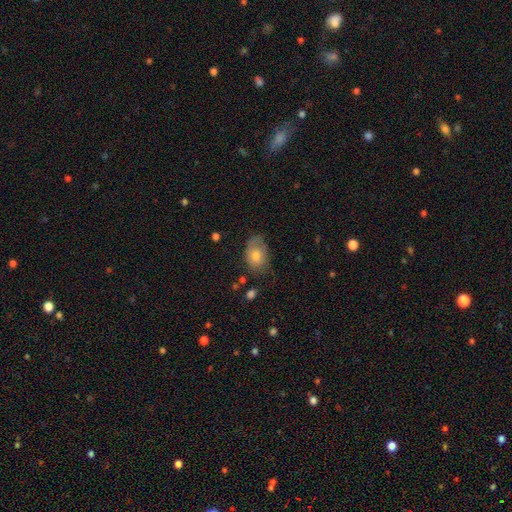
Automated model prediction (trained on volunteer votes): Overall: smooth (65%; featured or disk 26%). How rounded: in between (82%). Merging: none (58%; minor disturbance 29%).